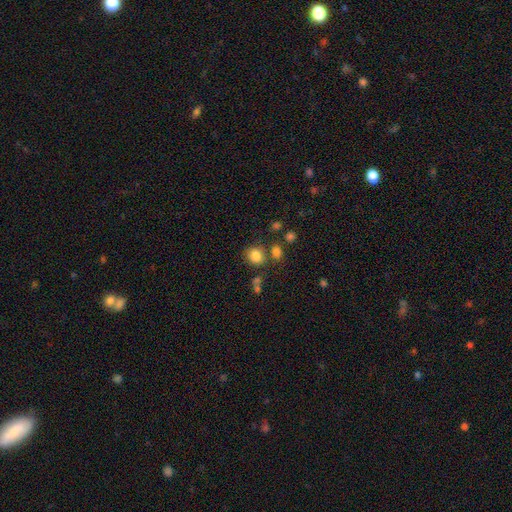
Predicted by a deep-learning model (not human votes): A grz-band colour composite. It shows a smooth galaxy with no disk features (82%) that is round (72%). Merging: none (74%).